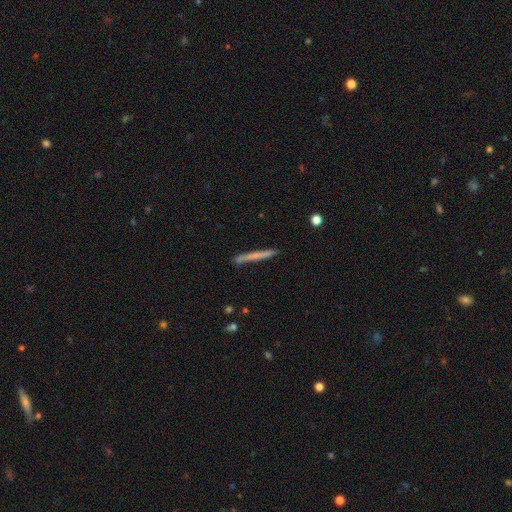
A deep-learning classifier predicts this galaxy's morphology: smooth 60%, featured or disk 34%, star or artifact 6%. Down the decision tree: how rounded — cigar-shaped (97%); merging — none (88%).